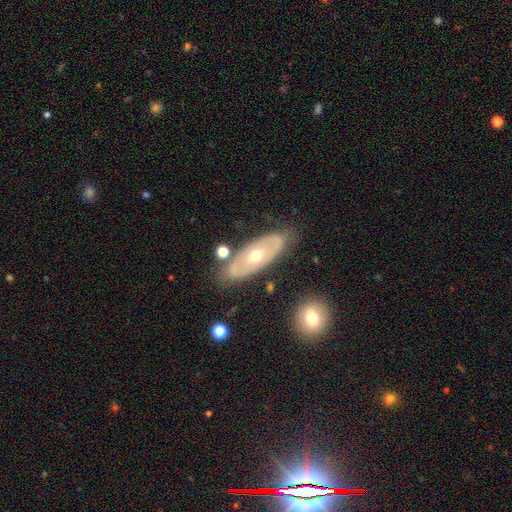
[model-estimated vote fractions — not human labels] Smooth or featured?
  - featured or disk: 68% *
  - smooth: 26%
  - star or artifact: 6%
Edge-on disk?
  - no: 84% *
  - yes: 16%
Bar?
  - no: 87% *
  - weak: 9%
  - strong: 4%
Spiral arms?
  - no: 70% *
  - yes: 30%
Bulge size?
  - moderate: 65% *
  - small: 31%
  - large: 2%
  - dominant: 1%
  - none: 1%
Merging?
  - none: 79% *
  - minor disturbance: 13%
  - major disturbance: 4%
  - merger: 3%